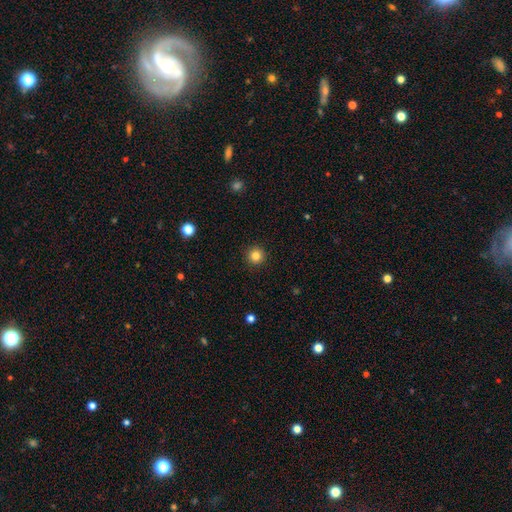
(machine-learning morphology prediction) smooth_or_featured: smooth (p=0.83) [alt: star or artifact p=0.12]
how_rounded: round (p=0.96) [alt: in between p=0.03]
merging: none (p=0.93) [alt: minor disturbance p=0.05]